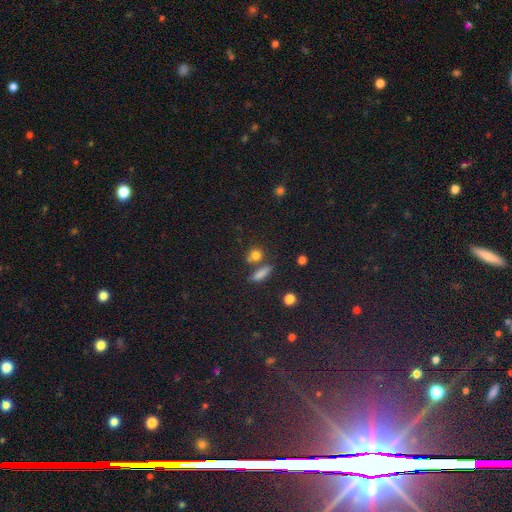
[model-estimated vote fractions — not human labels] Morphology: type=smooth (78%); roundness=round (69%); merging=none (64%).